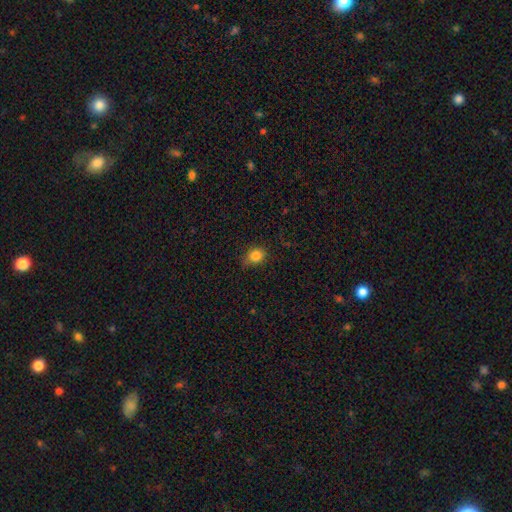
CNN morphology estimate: Smooth or featured? Predicted: smooth (p=0.83). How rounded? Predicted: round (p=0.62). Merging? Predicted: none (p=0.69).